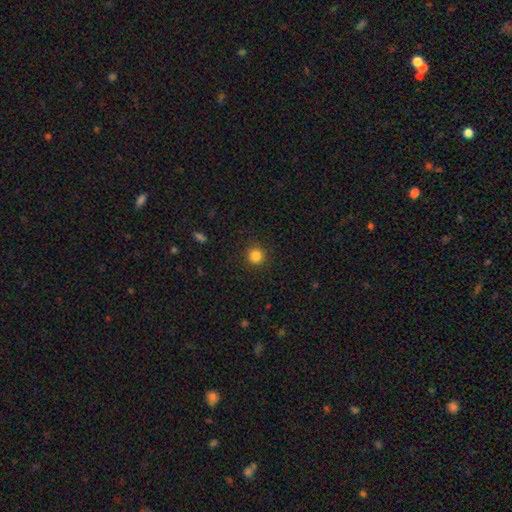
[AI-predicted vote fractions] Smooth or featured? Predicted: smooth (p=0.84). How rounded? Predicted: round (p=0.94). Merging? Predicted: none (p=0.91).